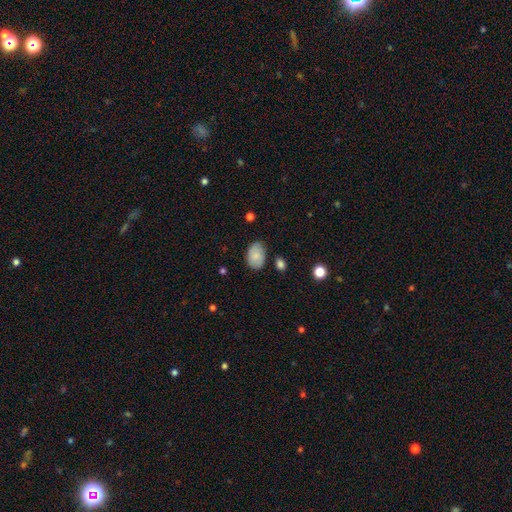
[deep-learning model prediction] Smooth or featured? Predicted: smooth (p=0.79). How rounded? Predicted: in between (p=0.86). Merging? Predicted: none (p=0.73).